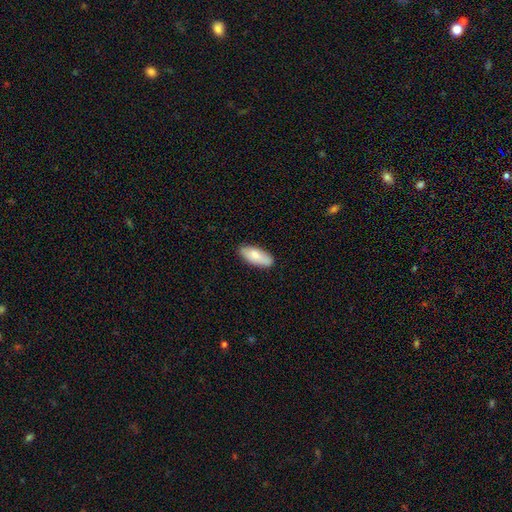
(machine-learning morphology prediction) A smooth galaxy with no disk features (82%) that is in between round and cigar-shaped (82%). Merging: none (84%).